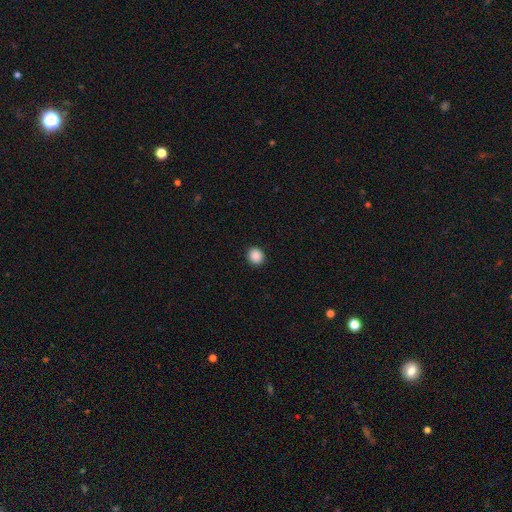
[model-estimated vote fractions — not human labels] Smooth or featured? Predicted: smooth (p=0.89). How rounded? Predicted: round (p=0.83). Merging? Predicted: none (p=0.92).